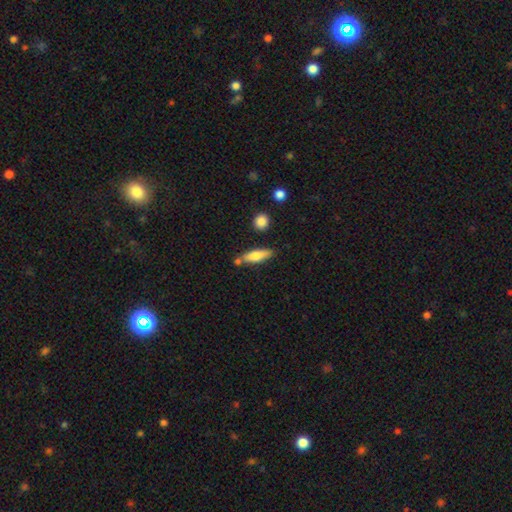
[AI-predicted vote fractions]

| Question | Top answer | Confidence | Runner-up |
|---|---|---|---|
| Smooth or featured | smooth | 72% | featured or disk (21%) |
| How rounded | cigar-shaped | 54% | in between (43%) |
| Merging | none | 69% | minor disturbance (15%) |